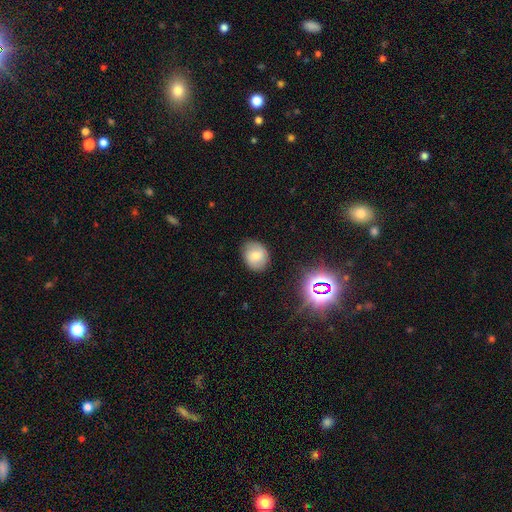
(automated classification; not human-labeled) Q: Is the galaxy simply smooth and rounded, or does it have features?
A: smooth — 68%.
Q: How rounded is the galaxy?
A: round — 64%.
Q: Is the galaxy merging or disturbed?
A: none — 81%.